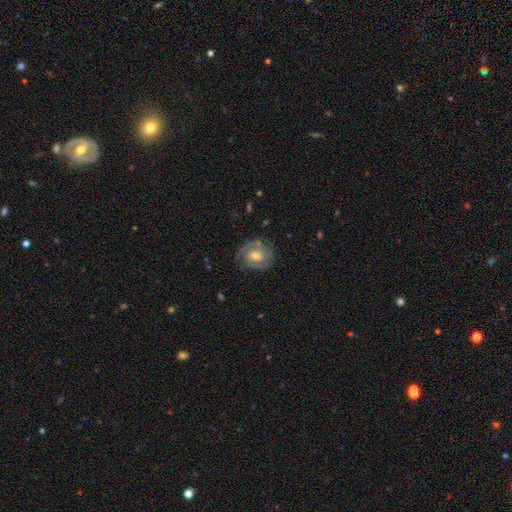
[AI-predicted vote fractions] Morphology: type=featured or disk (81%); edge-on=no (97%); bar=no (47%); spiral arms=yes (94%); winding=tight (58%); arm count=2 (67%); bulge=moderate (58%); merging=none (76%).